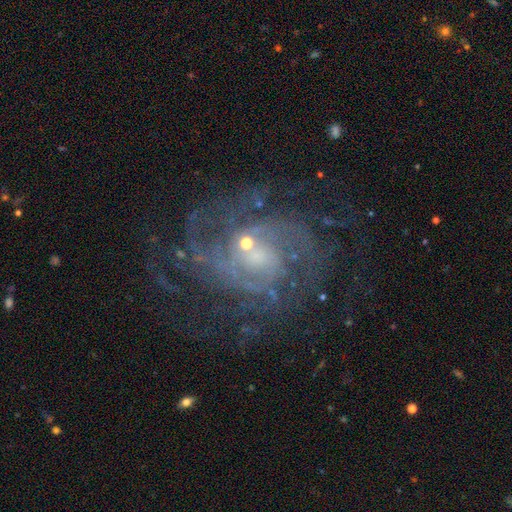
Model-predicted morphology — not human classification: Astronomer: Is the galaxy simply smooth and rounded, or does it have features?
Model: featured or disk — 87%.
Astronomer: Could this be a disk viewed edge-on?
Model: no — 98%.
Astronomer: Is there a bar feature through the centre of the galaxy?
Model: no — 61%.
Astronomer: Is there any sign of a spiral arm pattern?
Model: yes — 96%.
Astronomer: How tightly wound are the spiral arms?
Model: tight — 44% (runner-up: medium, 43%).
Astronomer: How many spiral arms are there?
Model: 2 — 31% (runner-up: can't tell, 25%).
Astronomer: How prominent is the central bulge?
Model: small — 57% (runner-up: moderate, 34%).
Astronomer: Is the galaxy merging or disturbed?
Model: none — 65%.